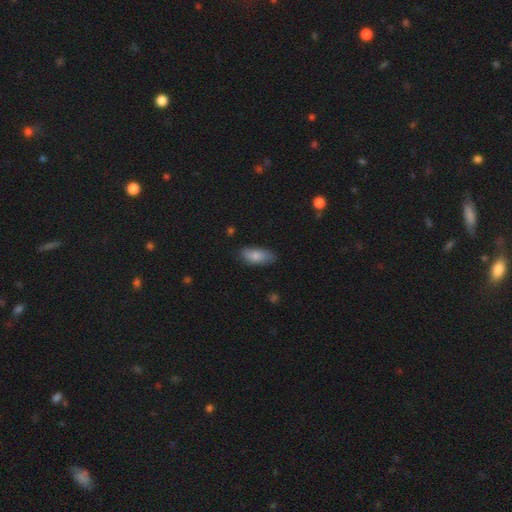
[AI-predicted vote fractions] Q: Smooth or featured?
A: smooth (82%); runner-up: featured or disk (12%)
Q: How rounded?
A: in between (86%); runner-up: cigar-shaped (11%)
Q: Merging?
A: none (78%); runner-up: minor disturbance (17%)